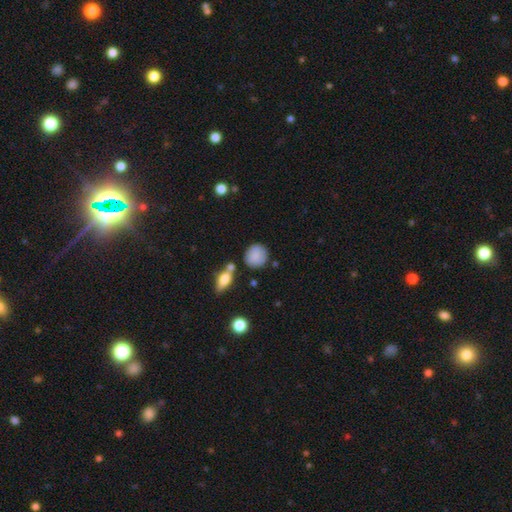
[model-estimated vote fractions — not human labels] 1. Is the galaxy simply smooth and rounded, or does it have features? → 83% smooth, 9% featured or disk, 8% star or artifact.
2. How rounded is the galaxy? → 84% round, 14% in between, 2% cigar-shaped.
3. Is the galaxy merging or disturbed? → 75% none, 15% minor disturbance, 7% merger, 4% major disturbance.